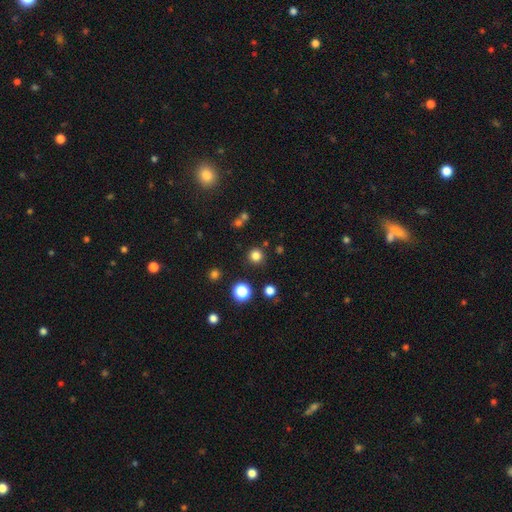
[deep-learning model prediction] Smooth or featured? smooth (79%)
How rounded? round (95%)
Merging? none (88%)